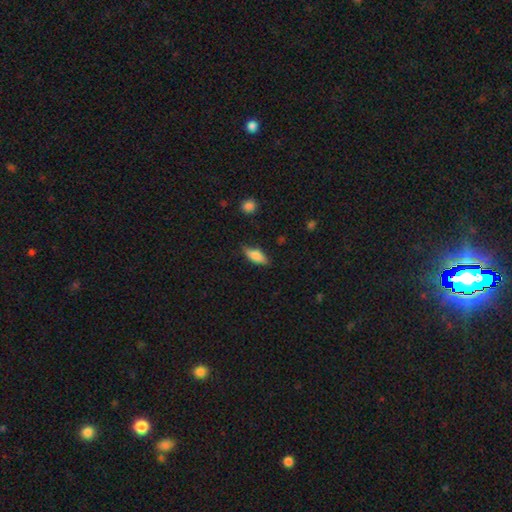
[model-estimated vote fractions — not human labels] Q: Smooth or featured?
A: smooth (79%); runner-up: featured or disk (15%)
Q: How rounded?
A: in between (74%); runner-up: cigar-shaped (23%)
Q: Merging?
A: none (79%); runner-up: minor disturbance (17%)